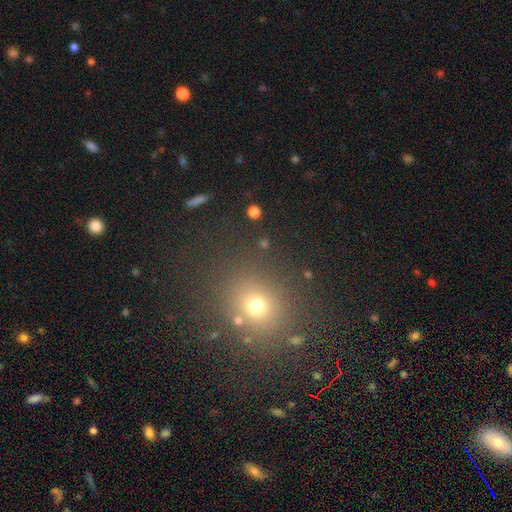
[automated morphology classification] type=smooth (57%); roundness=round (80%); merging=none (87%).